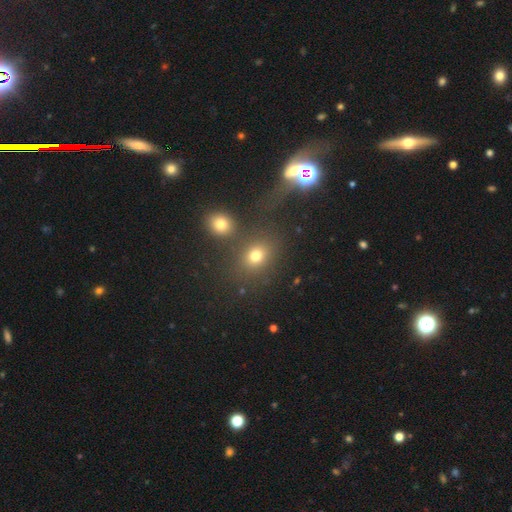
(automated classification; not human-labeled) The model was most divided on "how rounded": round: 58%, in between: 40%, cigar-shaped: 2%. More confident: smooth or featured — smooth (73%); merging — none (67%).